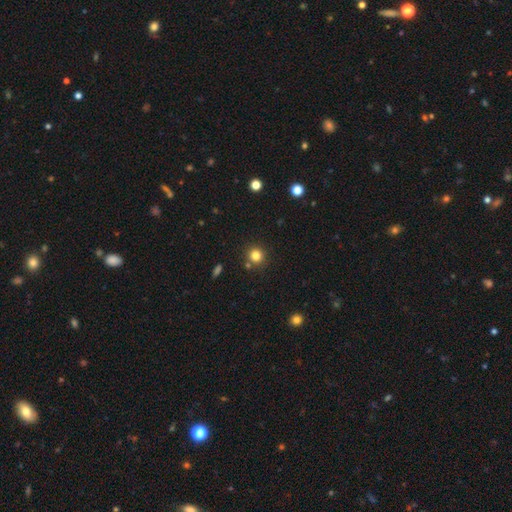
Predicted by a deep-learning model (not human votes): This appears to be a smooth galaxy with no disk features (81%) that is round (92%). Merging: none (83%).